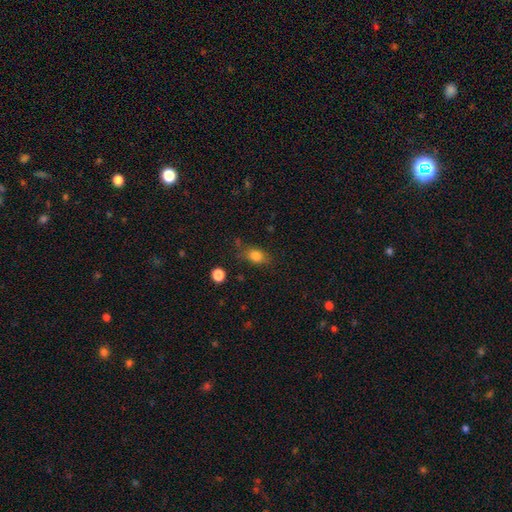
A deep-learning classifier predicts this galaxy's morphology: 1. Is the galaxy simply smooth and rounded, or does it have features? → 82% smooth, 10% star or artifact, 8% featured or disk.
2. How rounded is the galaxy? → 72% in between, 25% round, 3% cigar-shaped.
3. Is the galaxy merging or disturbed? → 72% none, 19% minor disturbance, 6% major disturbance, 3% merger.